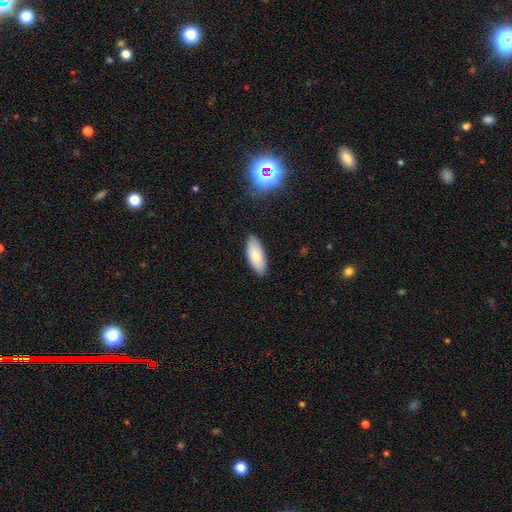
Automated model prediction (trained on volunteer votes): The model was most divided on "smooth or featured": smooth: 78%, featured or disk: 16%, star or artifact: 6%. More confident: merging — none (86%); how rounded — in between (80%).